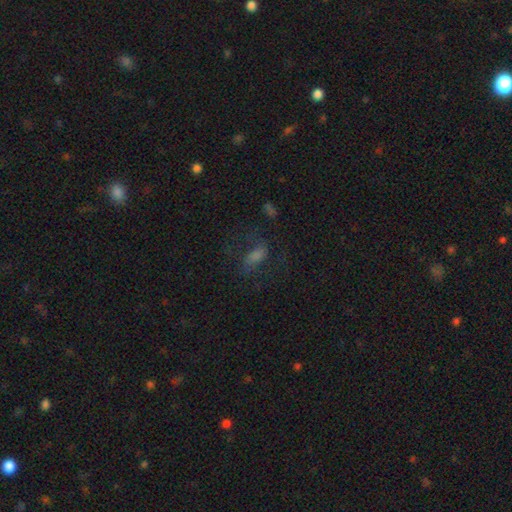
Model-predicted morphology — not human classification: type=smooth (44%); merging=none (59%).